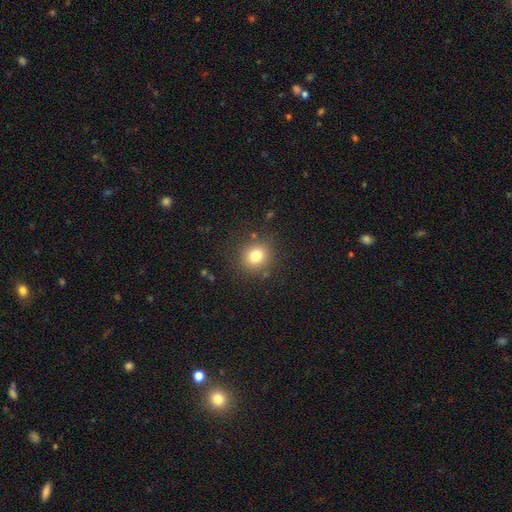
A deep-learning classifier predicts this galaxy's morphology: Smooth or featured? smooth (79%)
How rounded? round (86%)
Merging? none (86%)